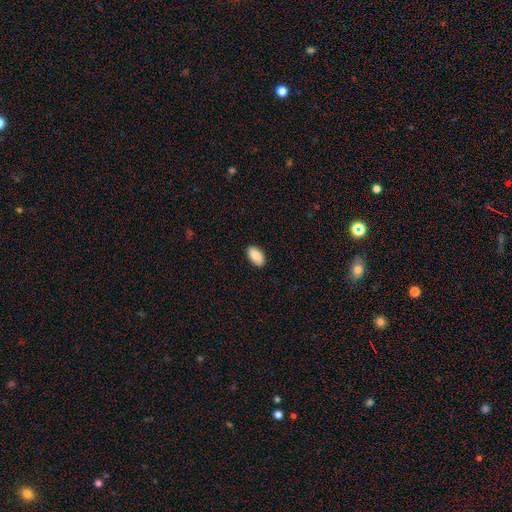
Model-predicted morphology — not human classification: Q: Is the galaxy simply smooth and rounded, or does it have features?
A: smooth — 89%.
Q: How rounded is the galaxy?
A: in between — 95%.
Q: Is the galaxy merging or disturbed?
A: none — 87%.